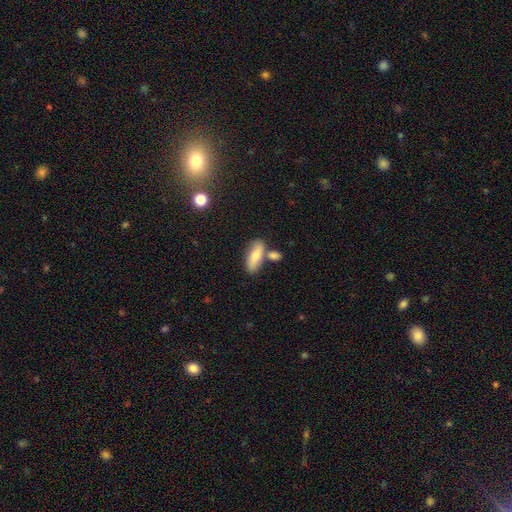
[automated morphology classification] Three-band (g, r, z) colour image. It shows a smooth galaxy with no disk features (76%) that is in between round and cigar-shaped (77%). Merging: none (61%).